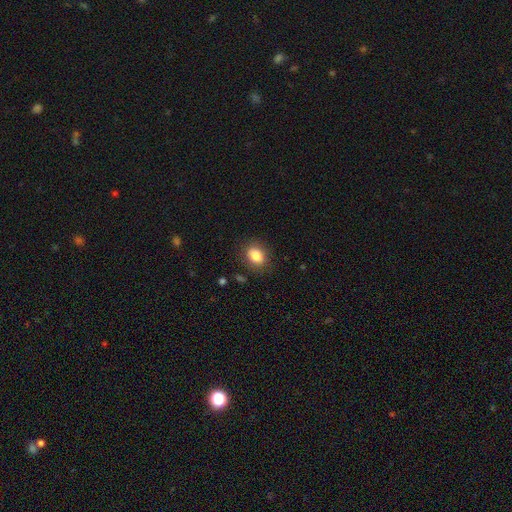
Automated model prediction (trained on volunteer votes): Morphology: type=smooth (84%); roundness=in between (64%); merging=none (85%).